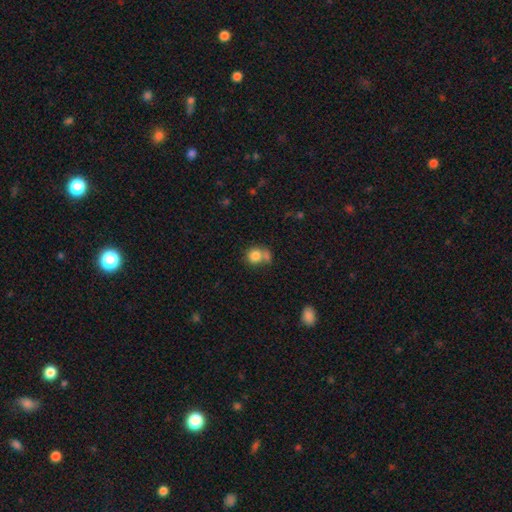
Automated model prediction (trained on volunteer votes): The model was most divided on "merging": none: 45%, merger: 36%, minor disturbance: 12%, major disturbance: 6%. More confident: smooth or featured — smooth (82%); how rounded — round (81%).